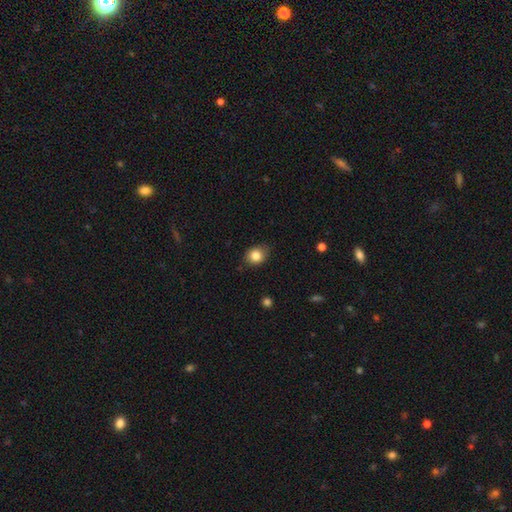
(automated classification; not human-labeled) smooth 84%, star or artifact 10%, featured or disk 7%. Down the decision tree: how rounded — round (54%); merging — none (78%).